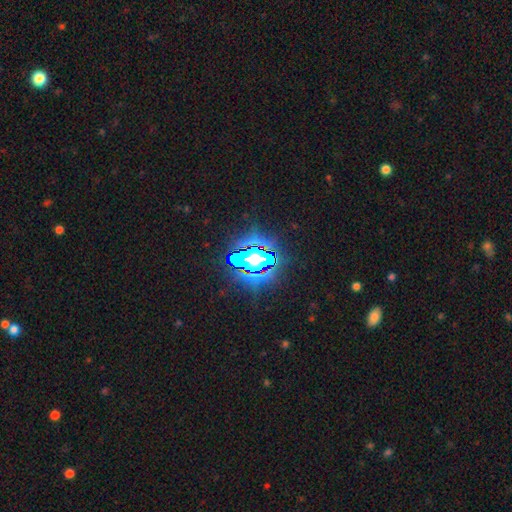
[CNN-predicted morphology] Smooth or featured? star or artifact (81%)